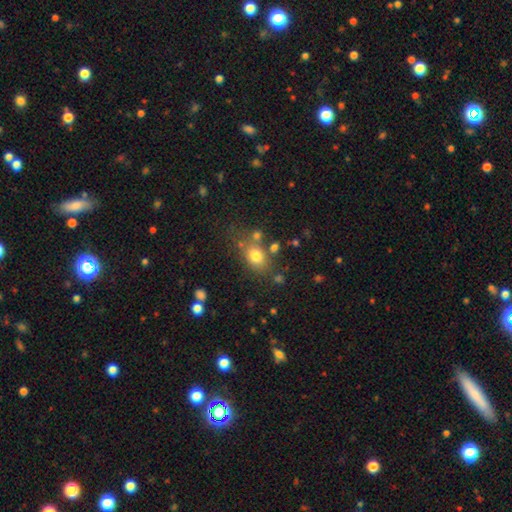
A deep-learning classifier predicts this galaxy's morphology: Smooth or featured: smooth — 77% (star or artifact — 12%)
How rounded: in between — 66% (round — 32%)
Merging: none — 64% (minor disturbance — 16%)